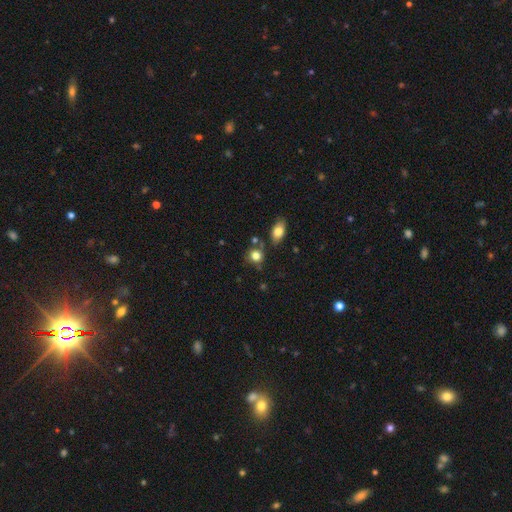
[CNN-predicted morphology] smooth 81%, star or artifact 11%, featured or disk 9%. Down the decision tree: how rounded — round (76%); merging — none (68%).